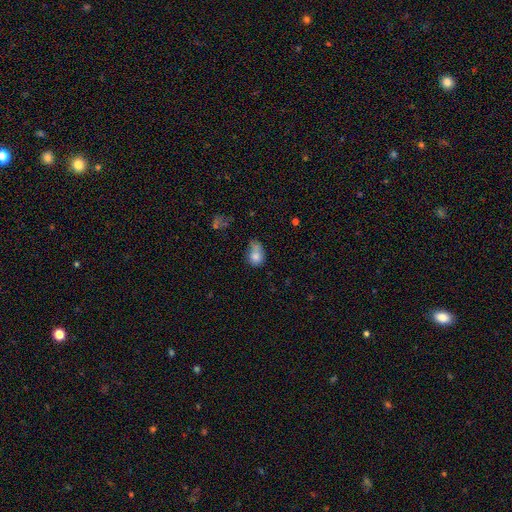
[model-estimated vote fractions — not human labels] smooth_or_featured: smooth (p=0.77) [alt: featured or disk p=0.13]
how_rounded: in between (p=0.67) [alt: round p=0.31]
merging: minor disturbance (p=0.35) [alt: none p=0.31]